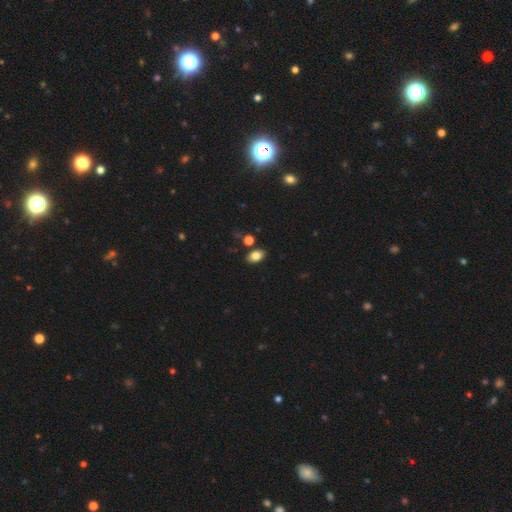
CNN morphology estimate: type=smooth (83%); roundness=in between (87%); merging=none (82%).